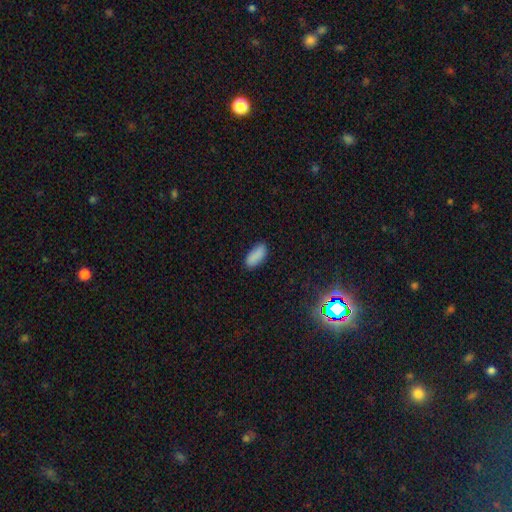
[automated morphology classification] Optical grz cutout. It shows a smooth galaxy with no disk features (88%) that is in between round and cigar-shaped (85%). Merging: none (84%).